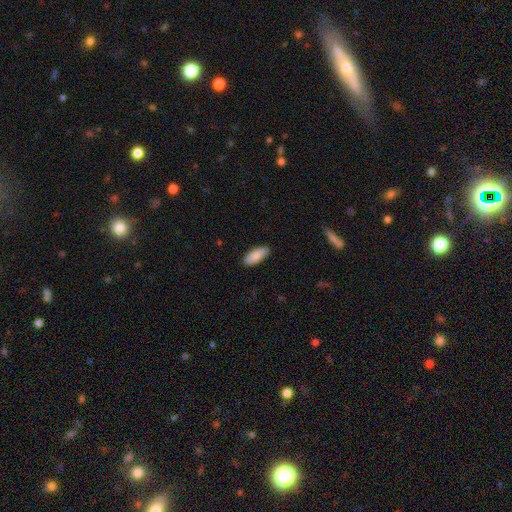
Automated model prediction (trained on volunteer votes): This appears to be a smooth galaxy with no disk features (86%) that is in between round and cigar-shaped (83%). Merging: none (86%).